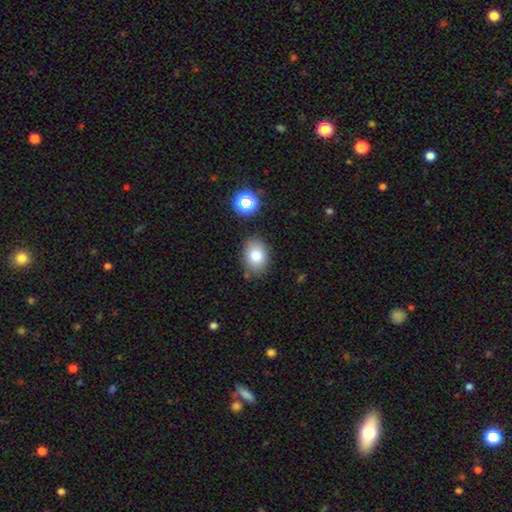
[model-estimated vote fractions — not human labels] Smooth or featured? smooth (79%)
How rounded? in between (65%)
Merging? none (79%)